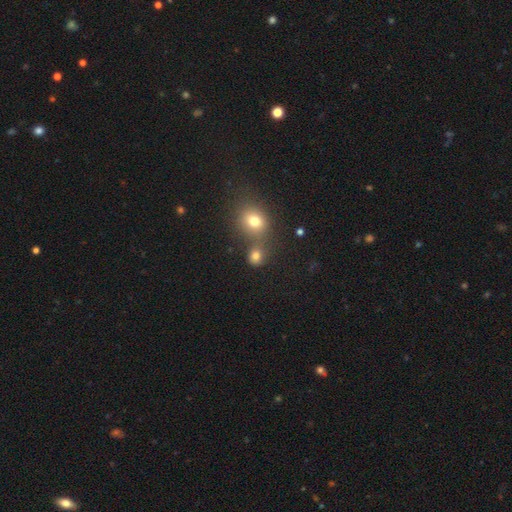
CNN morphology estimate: Smooth or featured? smooth (77%)
How rounded? round (79%)
Merging? none (57%)